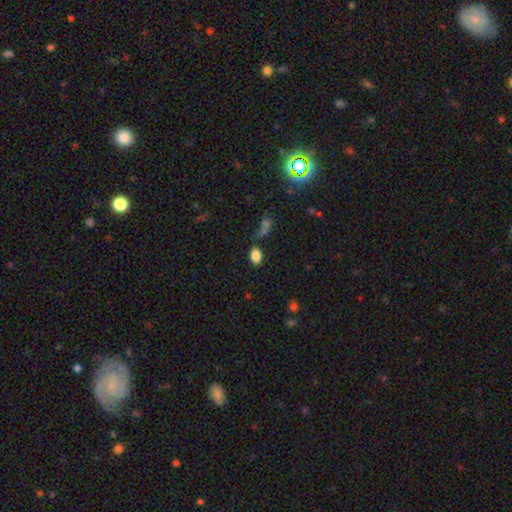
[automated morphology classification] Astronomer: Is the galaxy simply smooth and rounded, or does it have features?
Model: smooth — 85%.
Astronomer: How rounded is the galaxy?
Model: in between — 86%.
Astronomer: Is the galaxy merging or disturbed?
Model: none — 75%.